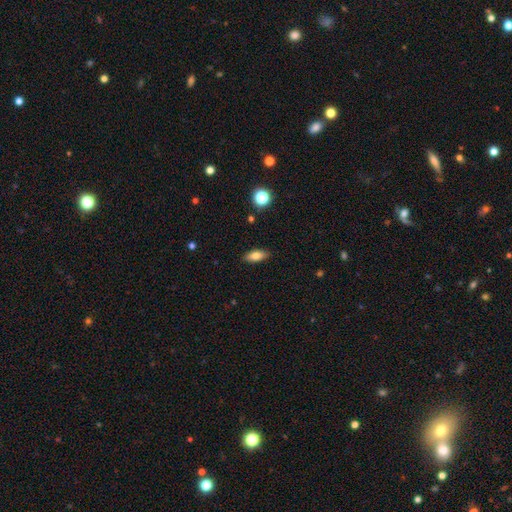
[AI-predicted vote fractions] Overall: smooth (79%). How rounded: in between (81%). Merging: none (88%).